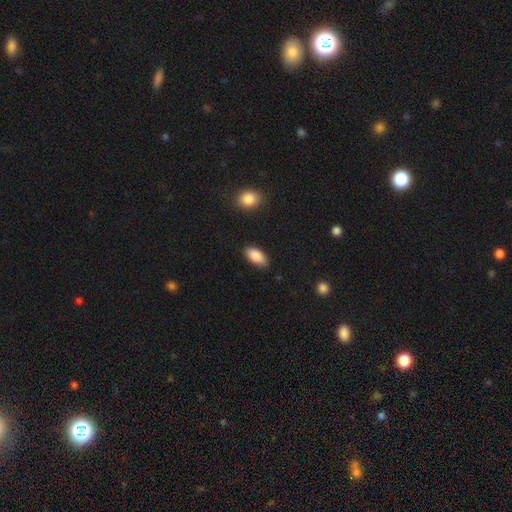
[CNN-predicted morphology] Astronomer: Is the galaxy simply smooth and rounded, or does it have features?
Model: smooth — 87%.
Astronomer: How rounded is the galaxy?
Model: in between — 90%.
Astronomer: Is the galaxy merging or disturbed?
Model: none — 83%.